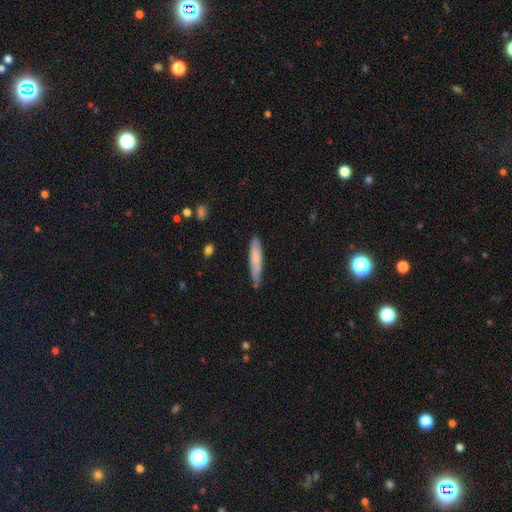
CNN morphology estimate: smooth-or-featured: smooth: 72% | featured or disk: 22% | star or artifact: 6%
  how-rounded: cigar-shaped: 89% | in between: 9% | round: 1%
  merging: none: 81% | minor disturbance: 16% | major disturbance: 2% | merger: 1%